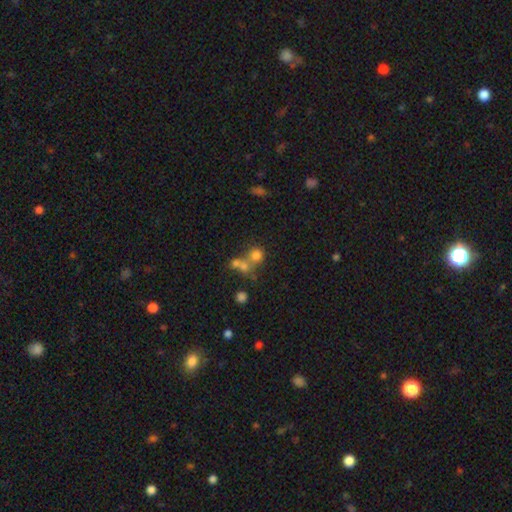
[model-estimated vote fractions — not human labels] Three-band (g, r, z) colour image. It shows a smooth galaxy with no disk features (68%) that is round (84%). Merging: merger (46%).